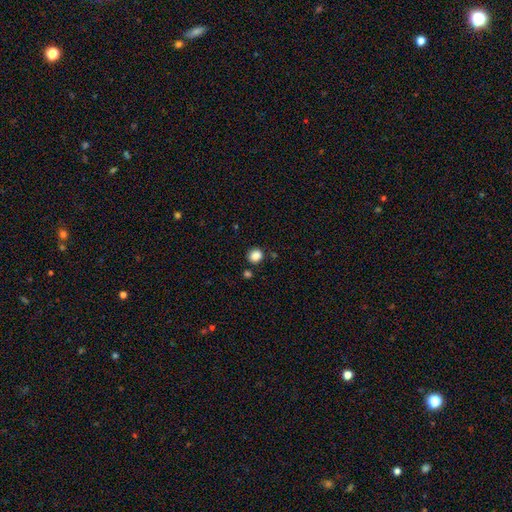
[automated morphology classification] The model was most divided on "how rounded": round: 81%, in between: 19%, cigar-shaped: 1%. More confident: smooth or featured — smooth (86%); merging — none (84%).